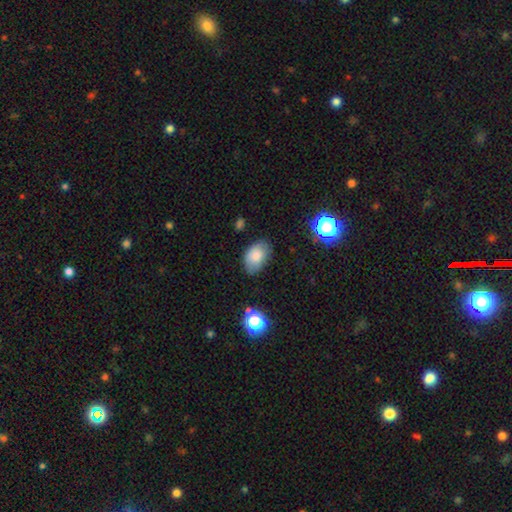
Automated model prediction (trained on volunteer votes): smooth 81%, featured or disk 11%, star or artifact 9%. Down the decision tree: how rounded — in between (89%); merging — none (73%).